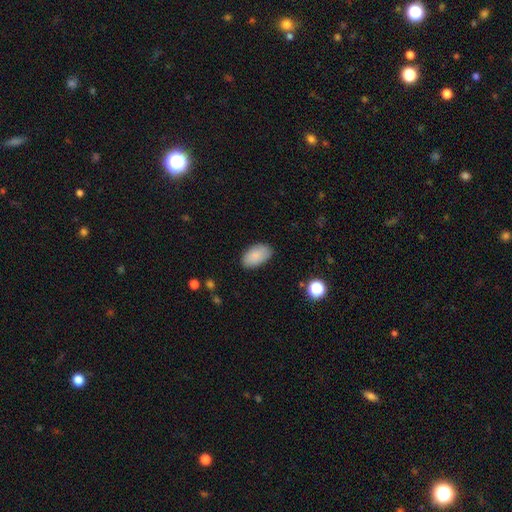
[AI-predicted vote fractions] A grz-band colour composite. It shows a smooth galaxy with no disk features (88%) that is in between round and cigar-shaped (94%). Merging: none (84%).